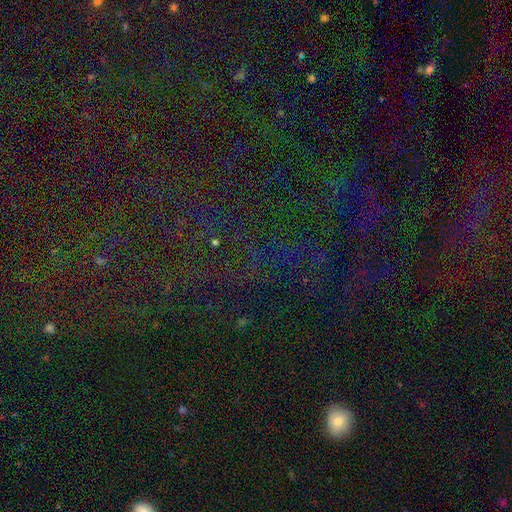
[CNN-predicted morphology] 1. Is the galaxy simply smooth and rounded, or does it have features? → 78% star or artifact, 13% smooth, 9% featured or disk.